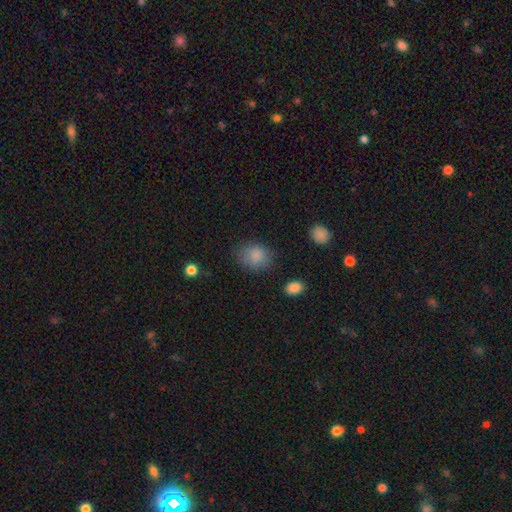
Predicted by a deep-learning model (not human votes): Overall: smooth (85%). How rounded: round (54%; in between 45%). Merging: none (75%).